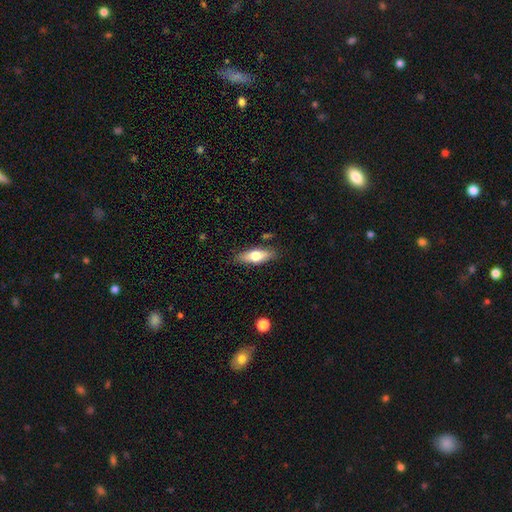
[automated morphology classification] A smooth galaxy with no disk features (63%) that is in between round and cigar-shaped (64%). Merging: none (82%).